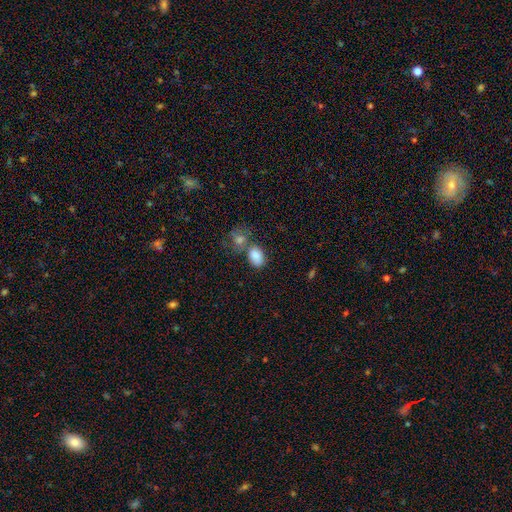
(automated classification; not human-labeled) A smooth galaxy with no disk features (83%) that is in between round and cigar-shaped (82%). Merging: none (43%).